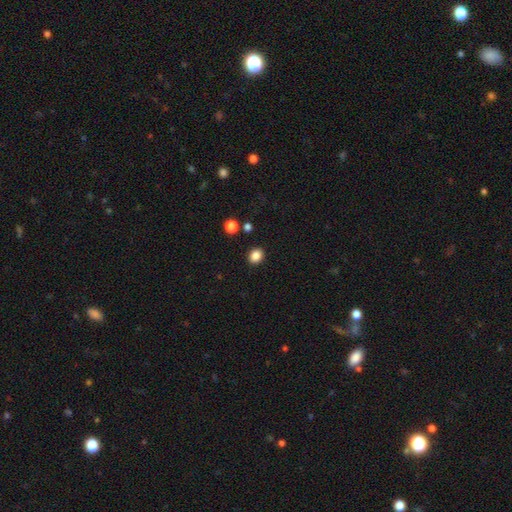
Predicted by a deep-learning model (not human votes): smooth-or-featured: smooth: 86% | star or artifact: 11% | featured or disk: 4%
  how-rounded: round: 60% | in between: 39% | cigar-shaped: 1%
  merging: none: 90% | minor disturbance: 6% | major disturbance: 2% | merger: 2%